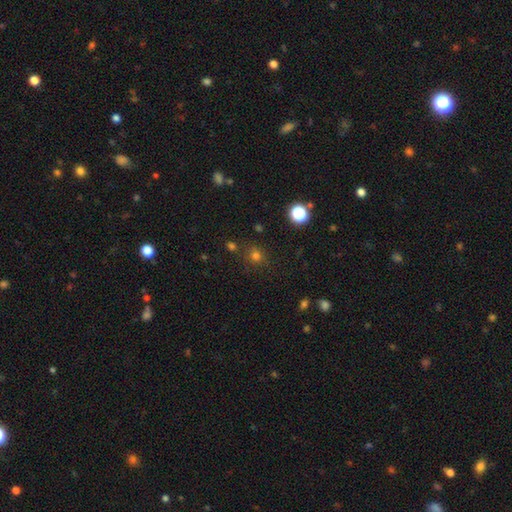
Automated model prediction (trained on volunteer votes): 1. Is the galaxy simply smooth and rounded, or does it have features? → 68% smooth, 25% star or artifact, 7% featured or disk.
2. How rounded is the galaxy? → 85% round, 14% in between, 1% cigar-shaped.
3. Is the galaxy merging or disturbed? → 80% none, 11% minor disturbance, 5% merger, 4% major disturbance.